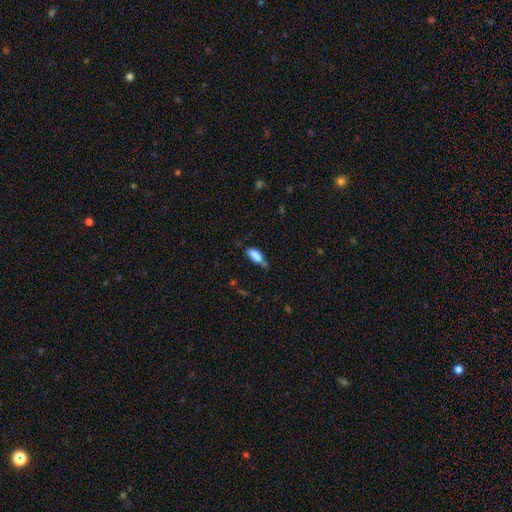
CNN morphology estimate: Overall: smooth (84%). How rounded: in between (80%). Merging: none (48%; minor disturbance 35%).